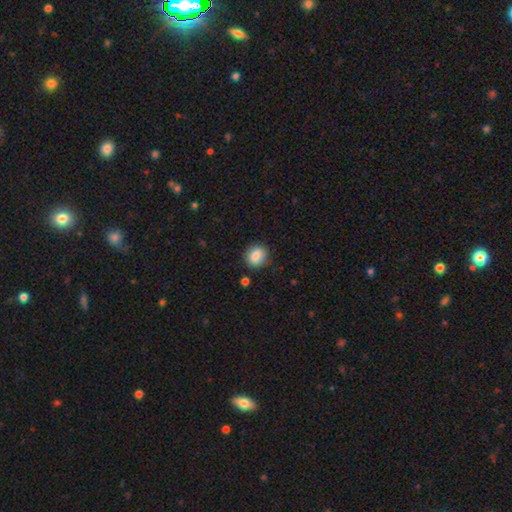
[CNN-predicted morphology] Smooth or featured: smooth — 85% (star or artifact — 8%)
How rounded: round — 65% (in between — 34%)
Merging: none — 84% (minor disturbance — 11%)